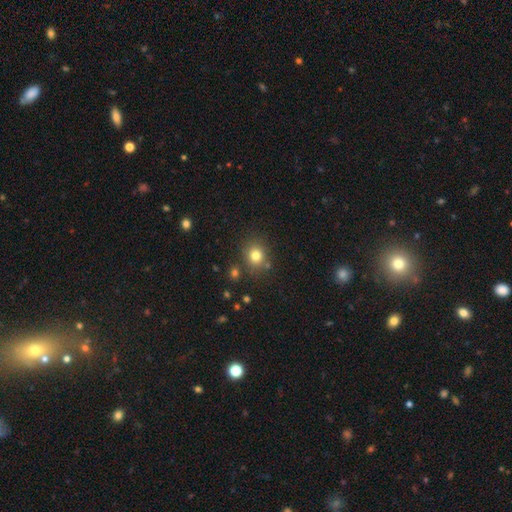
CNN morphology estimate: smooth 79%, star or artifact 14%, featured or disk 8%. Down the decision tree: how rounded — round (78%); merging — none (80%).